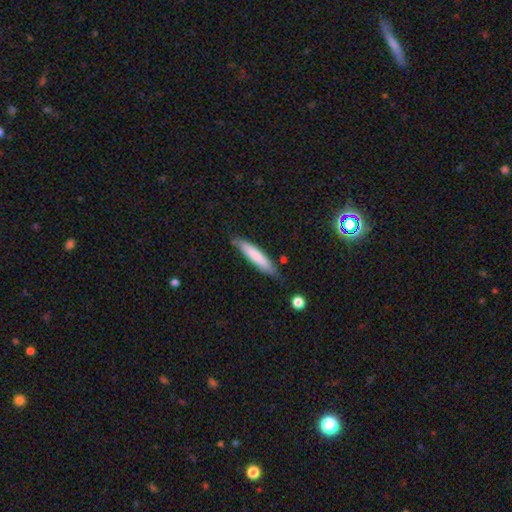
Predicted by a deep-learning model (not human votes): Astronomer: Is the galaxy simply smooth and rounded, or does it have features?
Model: smooth — 76%.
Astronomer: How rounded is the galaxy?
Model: cigar-shaped — 88%.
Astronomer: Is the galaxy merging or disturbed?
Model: none — 77%.